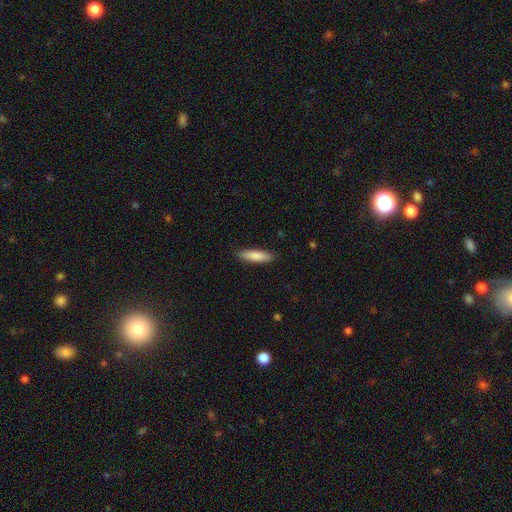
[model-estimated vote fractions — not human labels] Smooth or featured: smooth — 83% (featured or disk — 12%)
How rounded: cigar-shaped — 74% (in between — 25%)
Merging: none — 87% (minor disturbance — 10%)